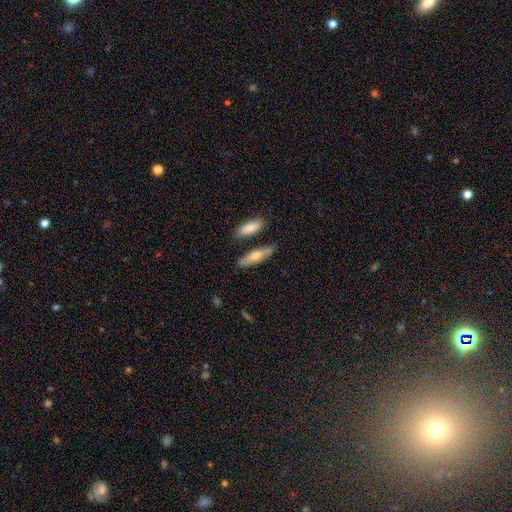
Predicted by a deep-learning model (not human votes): Overall: smooth (62%; featured or disk 32%). How rounded: cigar-shaped (65%; in between 33%). Merging: none (75%).